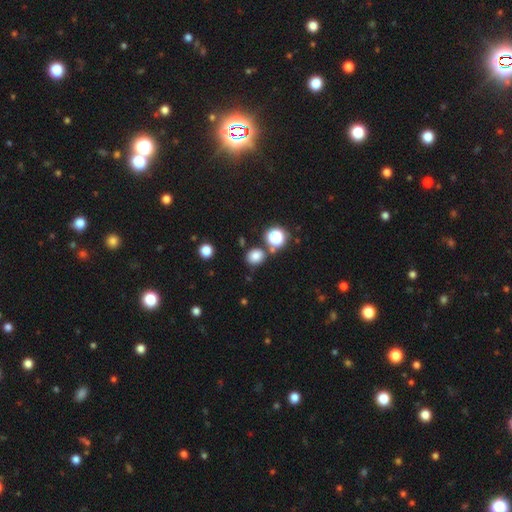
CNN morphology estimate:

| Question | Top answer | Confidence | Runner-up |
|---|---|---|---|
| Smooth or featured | smooth | 78% | star or artifact (17%) |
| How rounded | round | 70% | in between (29%) |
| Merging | none | 77% | merger (10%) |